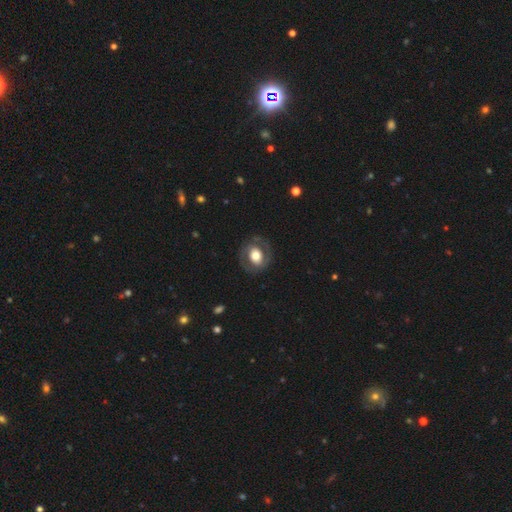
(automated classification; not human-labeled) featured or disk 49%, smooth 45%, star or artifact 6%. Down the decision tree: merging — none (79%).